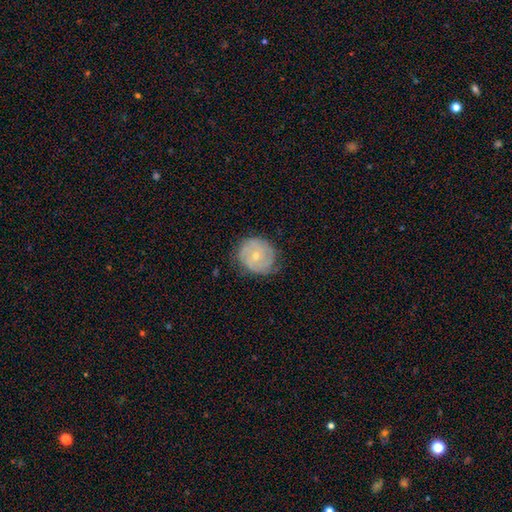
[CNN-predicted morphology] Smooth or featured? featured or disk (65%)
Edge-on disk? no (97%)
Bar? no (81%)
Spiral arms? yes (82%)
Spiral winding? tight (65%)
Spiral arm count? 2 (35%, tied with can't tell)
Bulge size? small (62%)
Merging? none (70%)